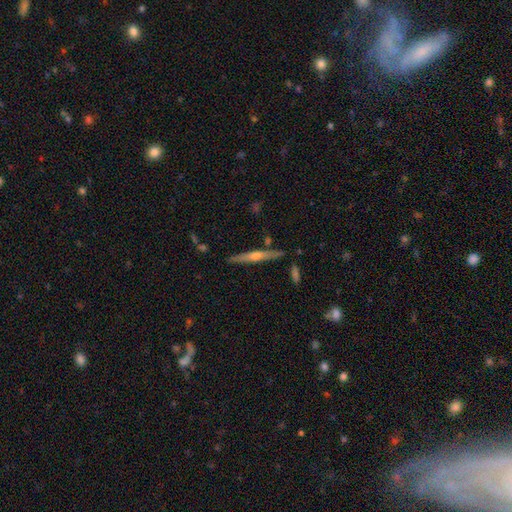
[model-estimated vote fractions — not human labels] Overall: featured or disk (74%). Edge-on disk: yes (98%). Edge-on bulge: rounded (84%). Merging: none (88%).